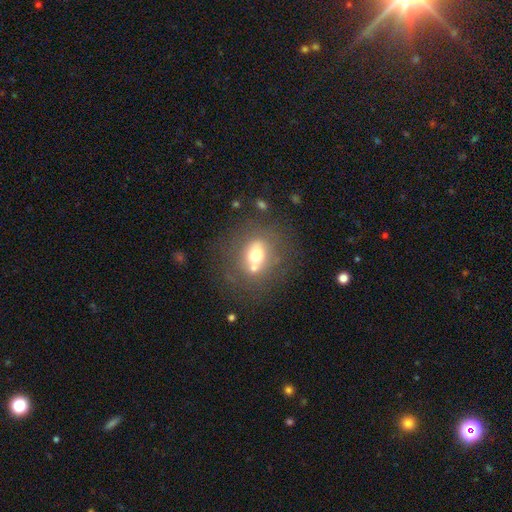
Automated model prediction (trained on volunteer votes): This is possibly a smooth galaxy (55%). How rounded: possibly round (53%). Merging: likely none (60%).